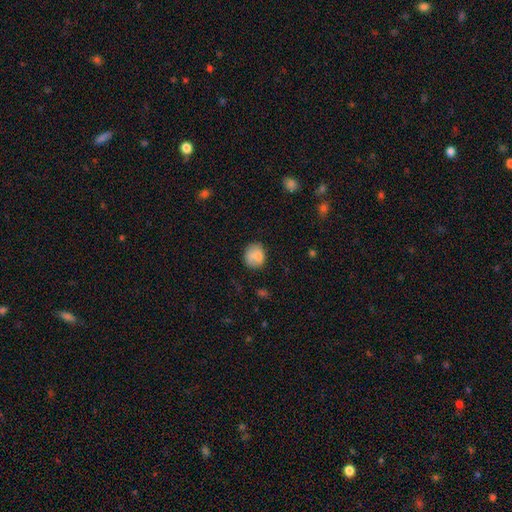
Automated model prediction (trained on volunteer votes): Smooth or featured? smooth (78%)
How rounded? round (69%)
Merging? none (61%)